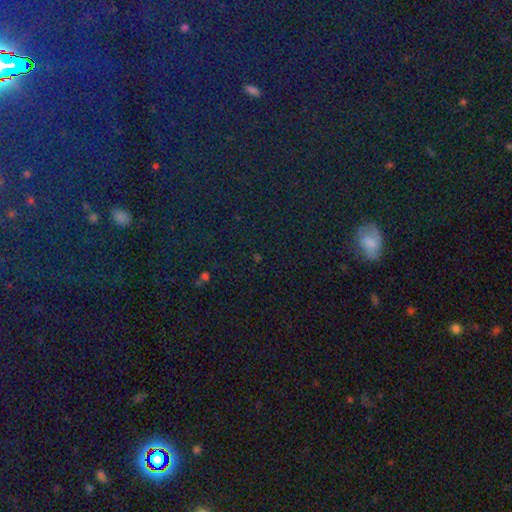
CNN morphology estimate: smooth-or-featured: star or artifact: 68% | smooth: 24% | featured or disk: 9%